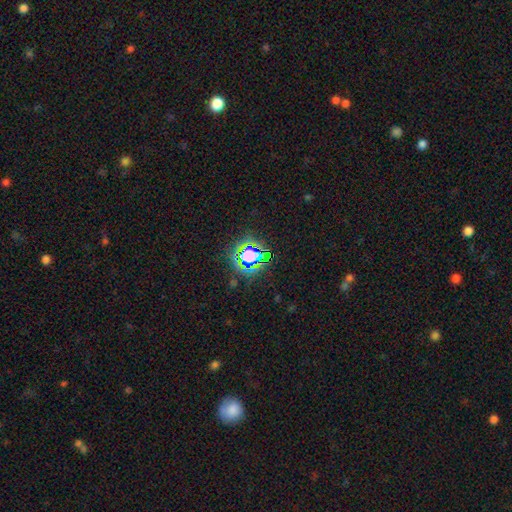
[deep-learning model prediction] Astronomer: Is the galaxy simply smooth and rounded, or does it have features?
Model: star or artifact — 66%.